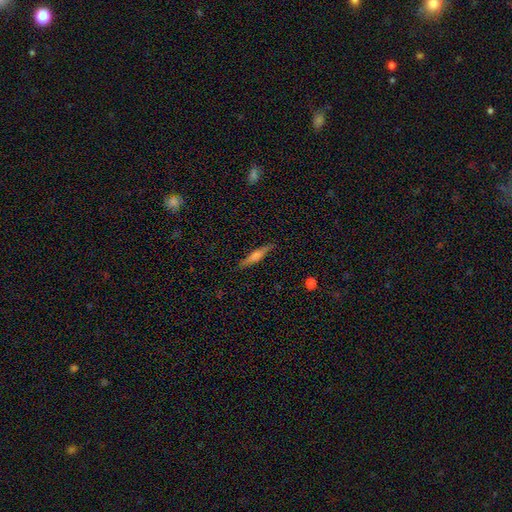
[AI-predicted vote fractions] featured or disk 57%, smooth 36%, star or artifact 7%. Down the decision tree: edge-on disk — yes (96%); edge-on bulge — rounded (70%); merging — none (87%).